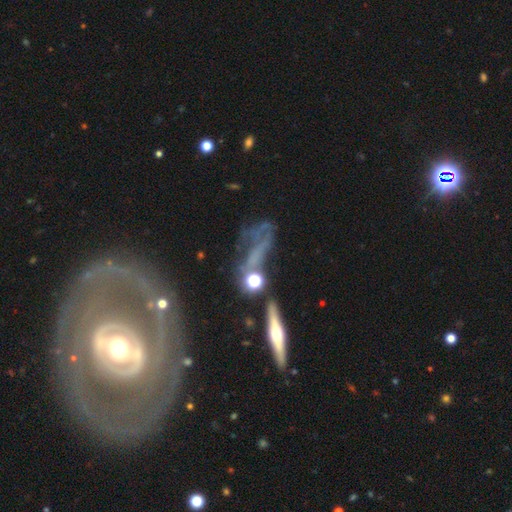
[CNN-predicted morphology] Q: Smooth or featured?
A: featured or disk (68%); runner-up: smooth (19%)
Q: Edge-on disk?
A: no (72%); runner-up: yes (28%)
Q: Merging?
A: none (51%); runner-up: major disturbance (18%)